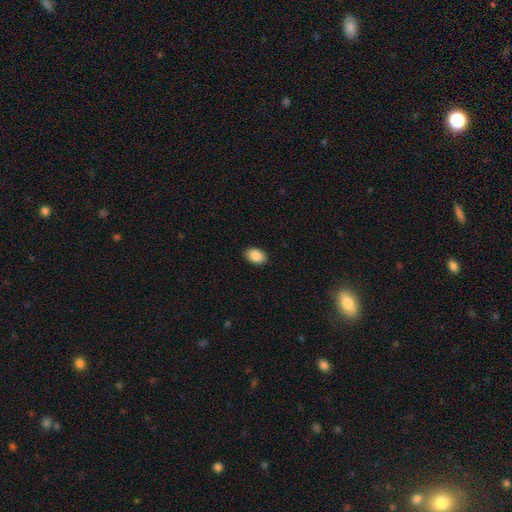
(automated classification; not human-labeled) Smooth or featured: smooth — 90% (star or artifact — 7%)
How rounded: in between — 90% (round — 9%)
Merging: none — 89% (minor disturbance — 8%)